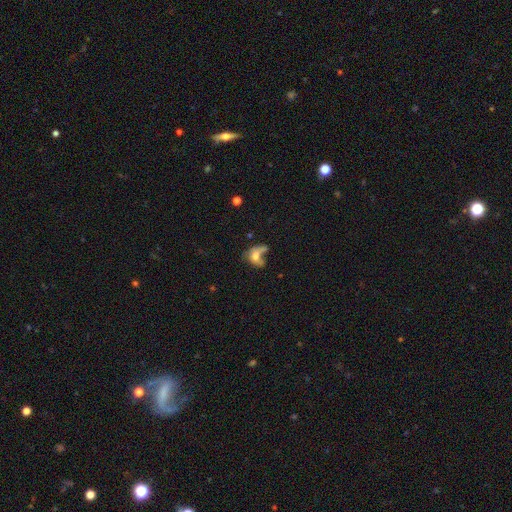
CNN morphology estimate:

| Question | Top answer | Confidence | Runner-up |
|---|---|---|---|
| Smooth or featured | smooth | 57% | featured or disk (31%) |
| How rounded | in between | 67% | round (30%) |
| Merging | major disturbance | 31% | tied: merger (31%) |